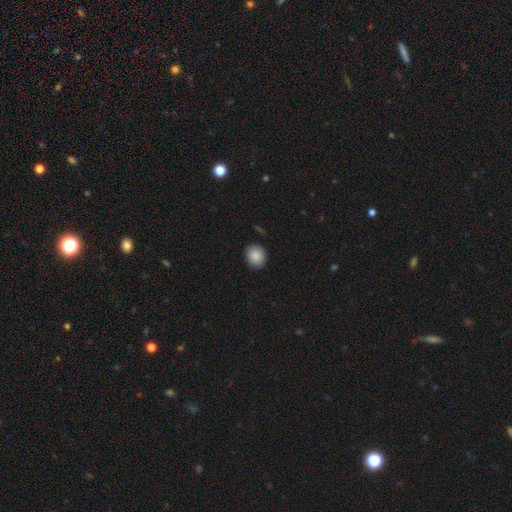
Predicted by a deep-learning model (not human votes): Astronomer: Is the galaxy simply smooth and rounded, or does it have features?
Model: smooth — 88%.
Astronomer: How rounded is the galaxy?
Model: round — 69%.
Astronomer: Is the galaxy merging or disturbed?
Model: none — 89%.